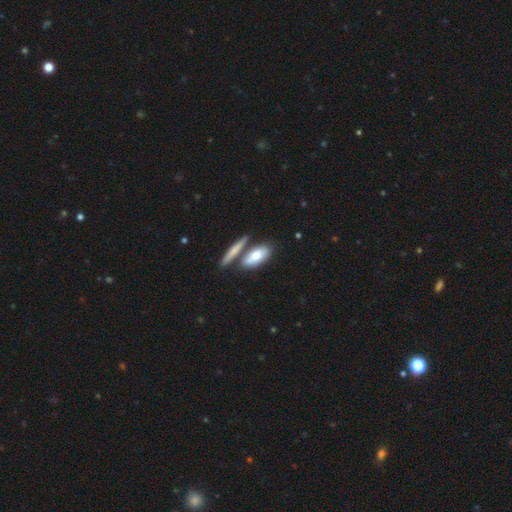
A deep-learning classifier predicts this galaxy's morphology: type=smooth (75%); roundness=in between (70%); merging=none (52%).